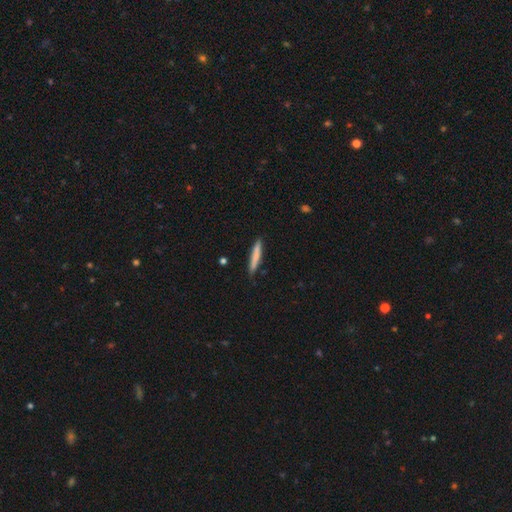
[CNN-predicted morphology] smooth-or-featured: smooth: 75% | featured or disk: 20% | star or artifact: 6%
  how-rounded: cigar-shaped: 94% | in between: 5% | round: 1%
  merging: none: 85% | minor disturbance: 11% | major disturbance: 2% | merger: 2%